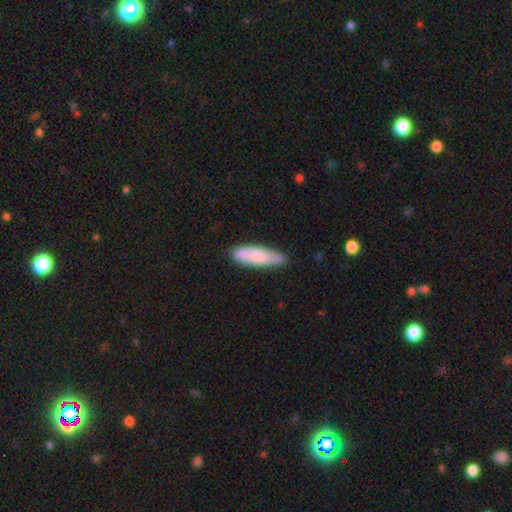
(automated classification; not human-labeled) Q: Smooth or featured?
A: smooth (75%); runner-up: featured or disk (19%)
Q: How rounded?
A: cigar-shaped (56%); runner-up: in between (43%)
Q: Merging?
A: none (78%); runner-up: minor disturbance (18%)